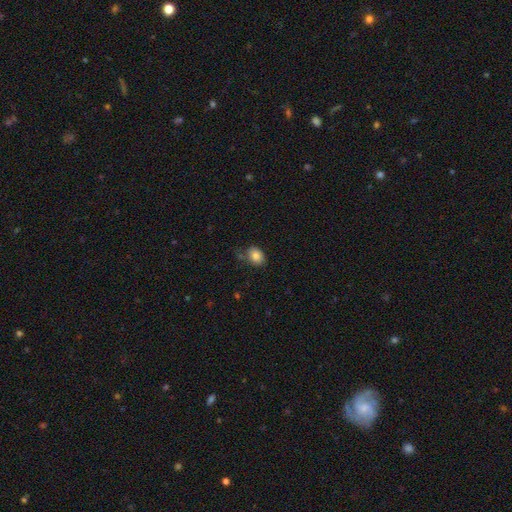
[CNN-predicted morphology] Smooth or featured?
  - smooth: 83% *
  - star or artifact: 9%
  - featured or disk: 8%
How rounded?
  - in between: 62% *
  - round: 37%
  - cigar-shaped: 1%
Merging?
  - none: 73% *
  - minor disturbance: 18%
  - merger: 5%
  - major disturbance: 4%